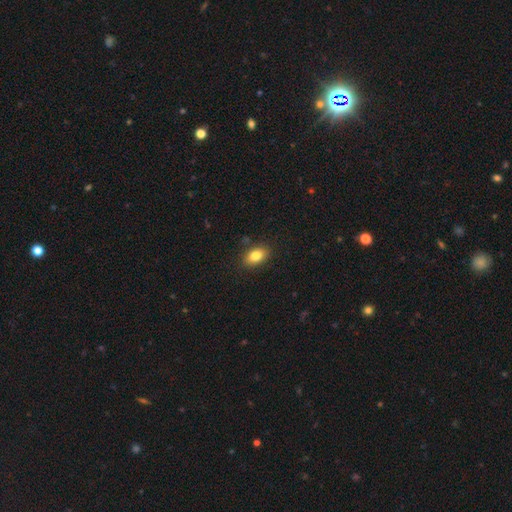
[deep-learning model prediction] Smooth or featured: smooth — 83% (featured or disk — 9%)
How rounded: in between — 87% (round — 11%)
Merging: none — 86% (minor disturbance — 10%)